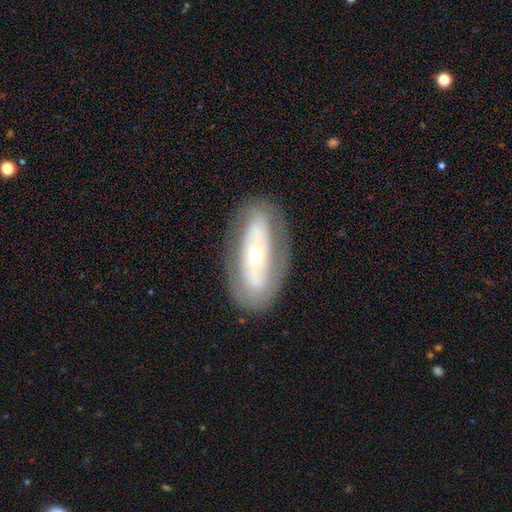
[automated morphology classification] This appears to be a featured or disk galaxy (64%) with no bar (71%), no spiral arms (62%) and a small central bulge (52%). Merging: none (77%).